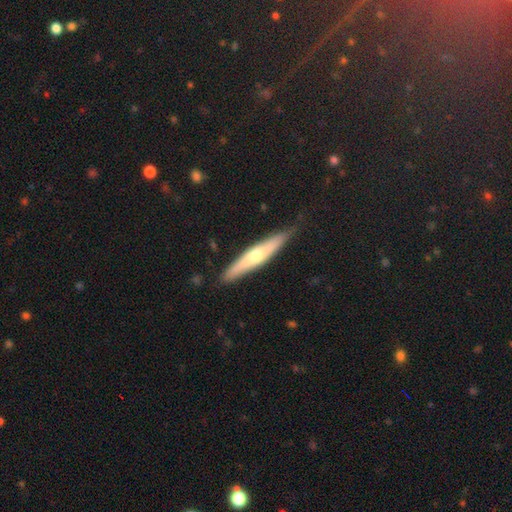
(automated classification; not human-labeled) featured or disk 48%, smooth 46%, star or artifact 6%. Down the decision tree: merging — none (82%).